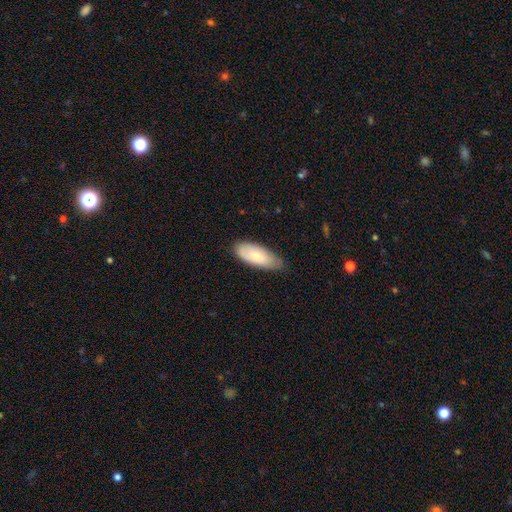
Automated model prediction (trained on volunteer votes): smooth_or_featured: smooth (p=0.74) [alt: featured or disk p=0.21]
how_rounded: in between (p=0.82) [alt: cigar-shaped p=0.16]
merging: none (p=0.72) [alt: minor disturbance p=0.23]